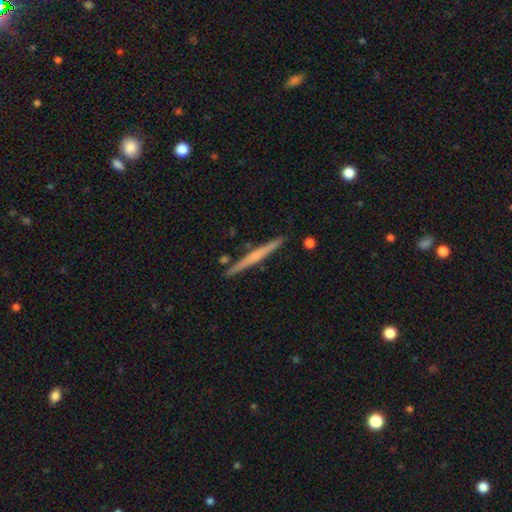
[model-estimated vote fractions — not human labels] Smooth or featured?
  - featured or disk: 57% *
  - smooth: 38%
  - star or artifact: 5%
Edge-on disk?
  - yes: 98% *
  - no: 2%
Edge-on bulge?
  - none: 61% *
  - rounded: 30%
  - boxy: 9%
Merging?
  - none: 90% *
  - minor disturbance: 7%
  - merger: 2%
  - major disturbance: 1%